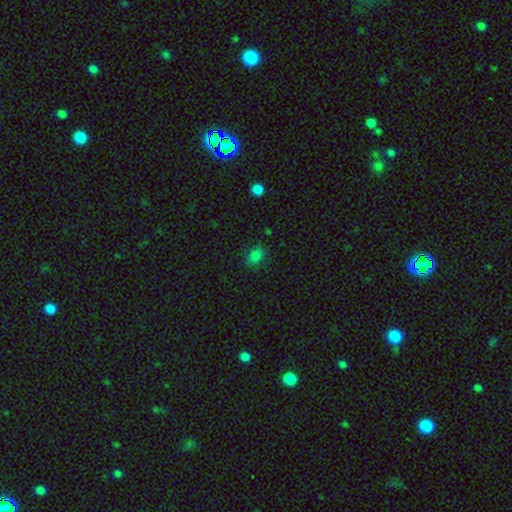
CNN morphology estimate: This appears to be a smooth galaxy with no disk features (80%) that is in between round and cigar-shaped (56%). Merging: none (78%).